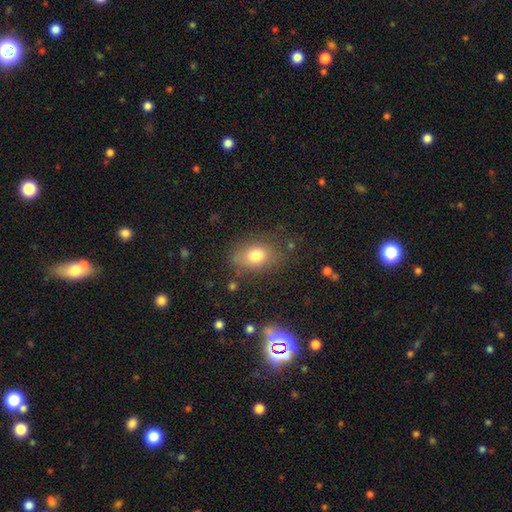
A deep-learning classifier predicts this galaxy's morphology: A smooth galaxy with no disk features (77%) that is in between round and cigar-shaped (74%).

Vote fractions:
- Smooth or featured? smooth: 77% / featured or disk: 13% / star or artifact: 11%
- How rounded? in between: 74% / round: 24% / cigar-shaped: 2%
- Merging? none: 74% / minor disturbance: 17% / major disturbance: 6% / merger: 3%